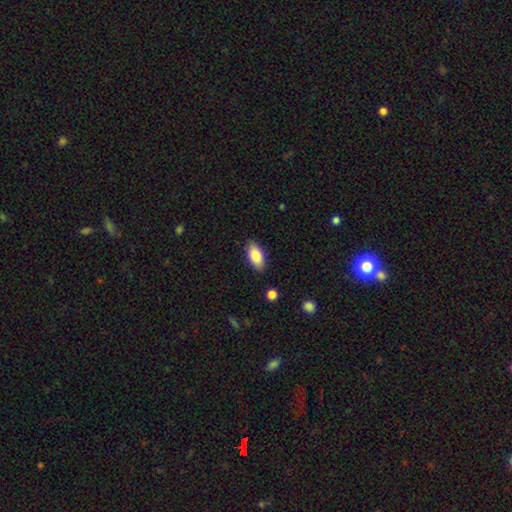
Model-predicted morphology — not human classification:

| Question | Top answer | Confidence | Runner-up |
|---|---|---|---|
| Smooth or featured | smooth | 81% | featured or disk (12%) |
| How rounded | in between | 90% | cigar-shaped (7%) |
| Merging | none | 87% | minor disturbance (10%) |